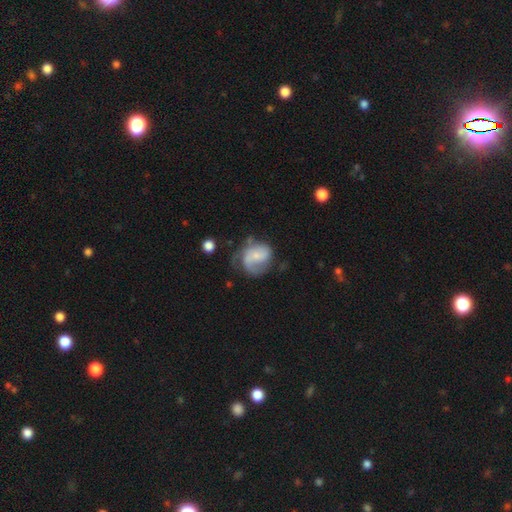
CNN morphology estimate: The model was most divided on "merging": none: 37%, major disturbance: 31%, minor disturbance: 28%, merger: 4%. More confident: edge-on disk — no (97%); spiral arms — yes (79%); bar — no (64%); bulge size — small (57%); smooth or featured — featured or disk (53%).